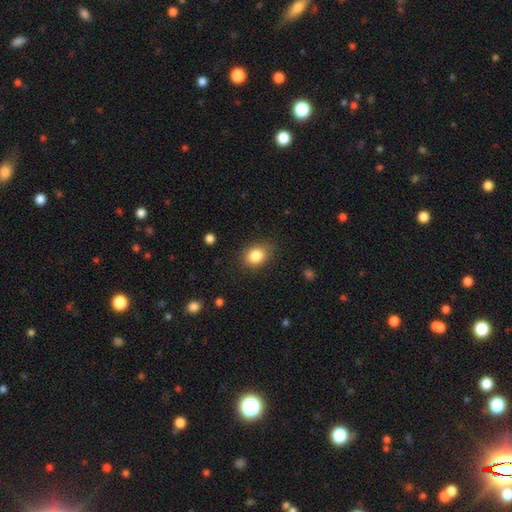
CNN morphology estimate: This is clearly a smooth galaxy (84%). How rounded: possibly in between (57%). Merging: clearly none (82%).